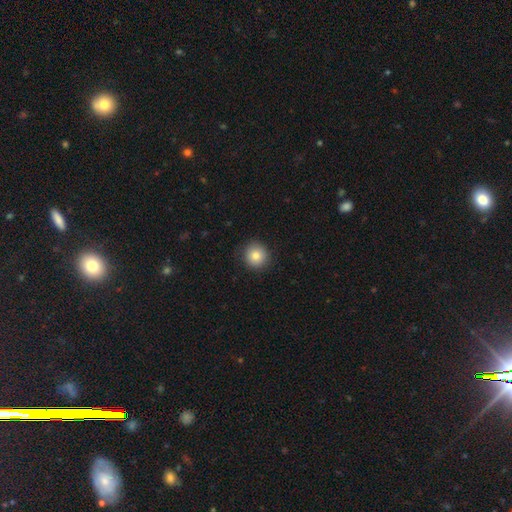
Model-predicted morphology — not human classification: This is clearly a smooth galaxy (82%). How rounded: clearly round (93%). Merging: clearly none (89%).